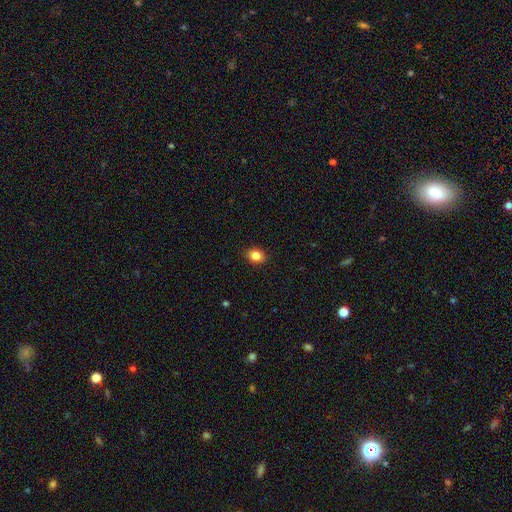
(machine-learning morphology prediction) Smooth or featured: smooth — 85% (star or artifact — 10%)
How rounded: in between — 58% (round — 41%)
Merging: none — 90% (minor disturbance — 7%)